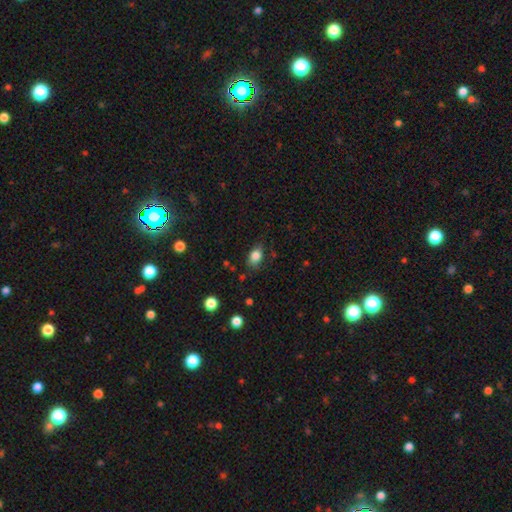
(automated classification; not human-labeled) smooth_or_featured: smooth (p=0.84) [alt: star or artifact p=0.09]
how_rounded: in between (p=0.82) [alt: round p=0.16]
merging: none (p=0.75) [alt: minor disturbance p=0.19]